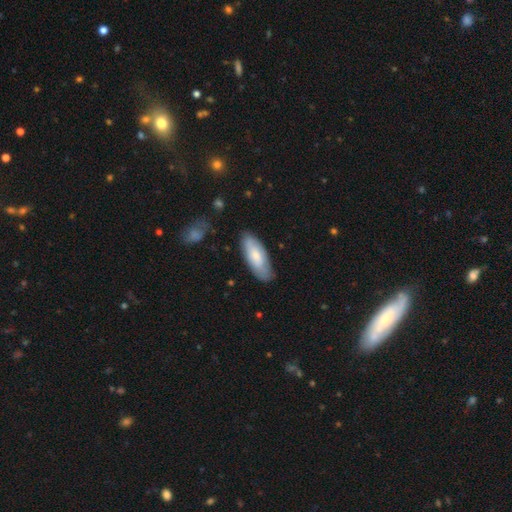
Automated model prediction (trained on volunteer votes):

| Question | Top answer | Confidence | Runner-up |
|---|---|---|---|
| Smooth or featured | smooth | 70% | featured or disk (25%) |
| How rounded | in between | 75% | cigar-shaped (24%) |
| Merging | none | 78% | minor disturbance (17%) |